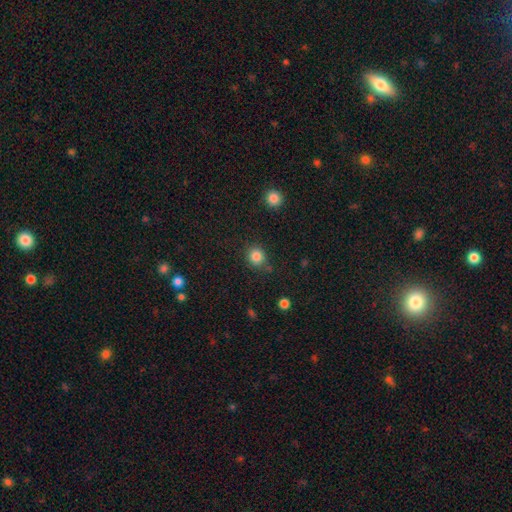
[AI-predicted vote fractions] Overall: smooth (85%). How rounded: round (87%). Merging: none (82%).